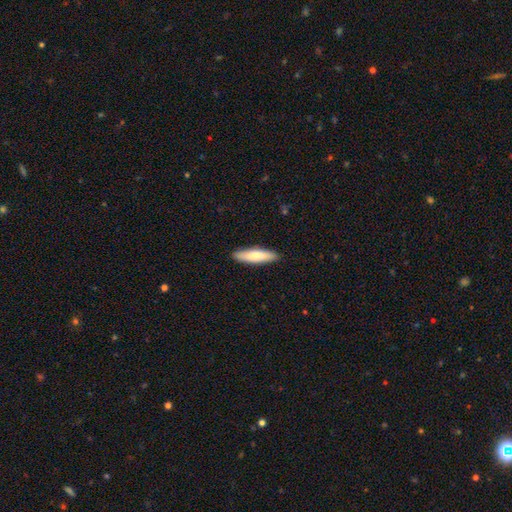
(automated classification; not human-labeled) Morphology: type=smooth (72%); roundness=cigar-shaped (76%); merging=none (90%).